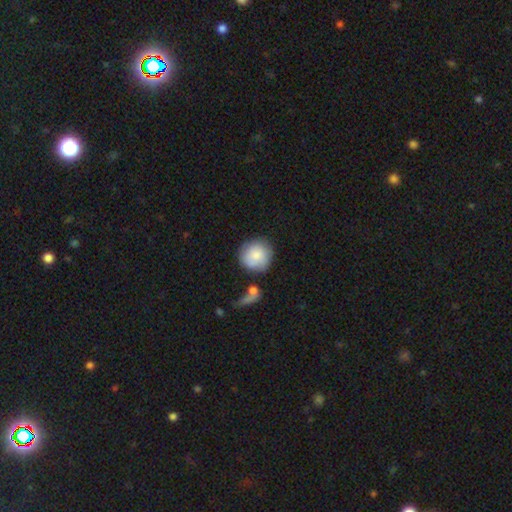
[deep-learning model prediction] This appears to be a smooth galaxy with no disk features (82%) that is round (93%). Merging: none (68%).